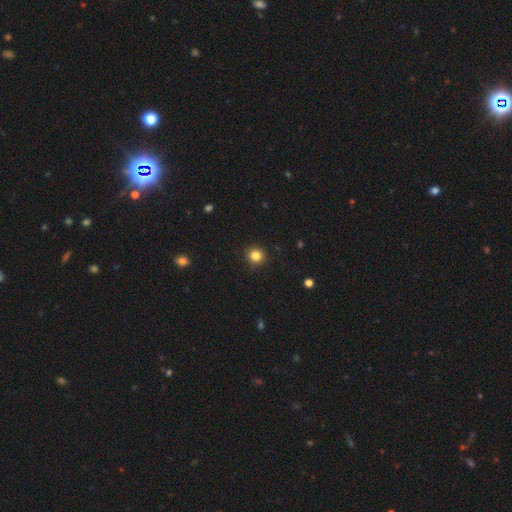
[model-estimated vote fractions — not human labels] Smooth or featured? smooth (84%)
How rounded? round (92%)
Merging? none (91%)